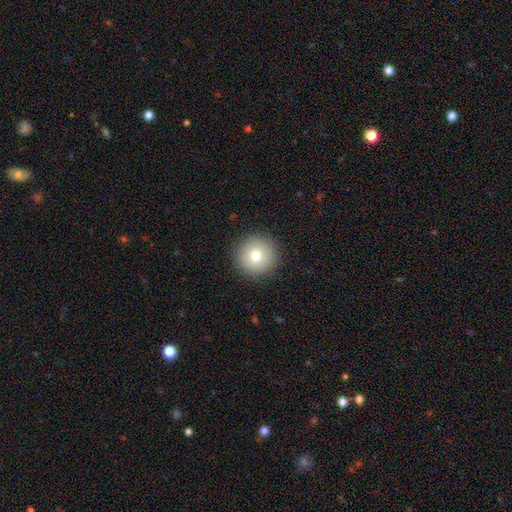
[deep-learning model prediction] Smooth or featured? Predicted: smooth (p=0.75). How rounded? Predicted: round (p=0.96). Merging? Predicted: none (p=0.91).